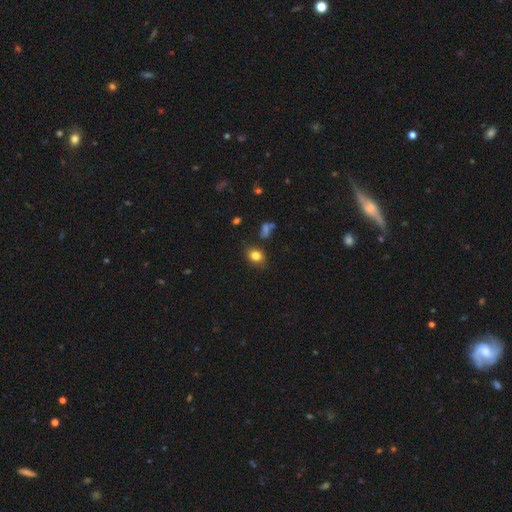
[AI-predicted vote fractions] Smooth or featured? Predicted: smooth (p=0.81). How rounded? Predicted: in between (p=0.52). Merging? Predicted: none (p=0.80).